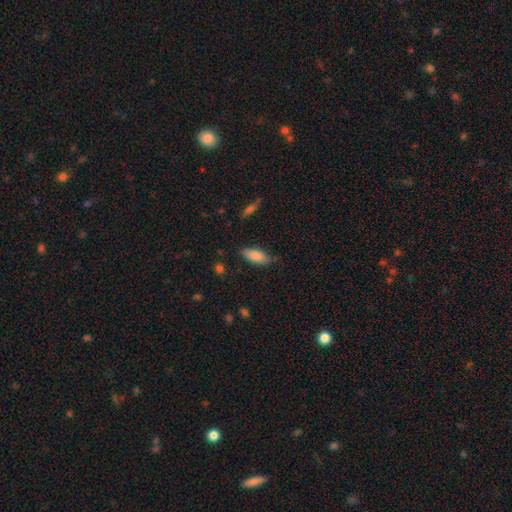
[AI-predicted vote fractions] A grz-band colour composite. It shows a smooth galaxy with no disk features (82%) that is in between round and cigar-shaped (78%). Merging: none (70%).